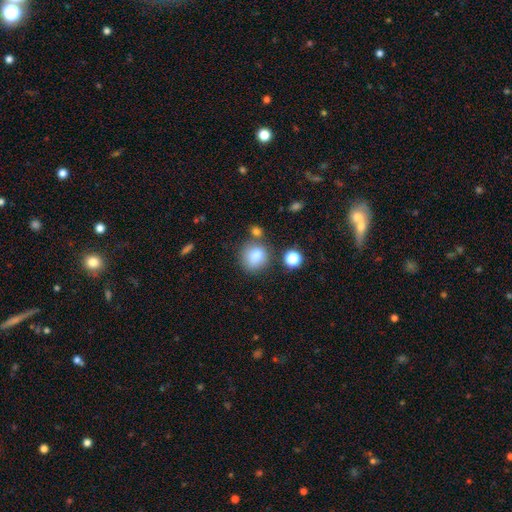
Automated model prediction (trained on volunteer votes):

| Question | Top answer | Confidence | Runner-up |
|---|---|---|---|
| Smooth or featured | smooth | 81% | star or artifact (11%) |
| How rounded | round | 75% | in between (23%) |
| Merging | none | 67% | minor disturbance (16%) |